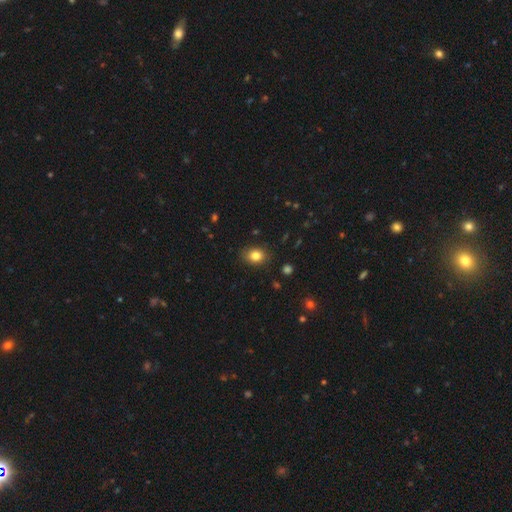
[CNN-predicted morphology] Smooth or featured? Predicted: smooth (p=0.83). How rounded? Predicted: in between (p=0.58). Merging? Predicted: none (p=0.84).